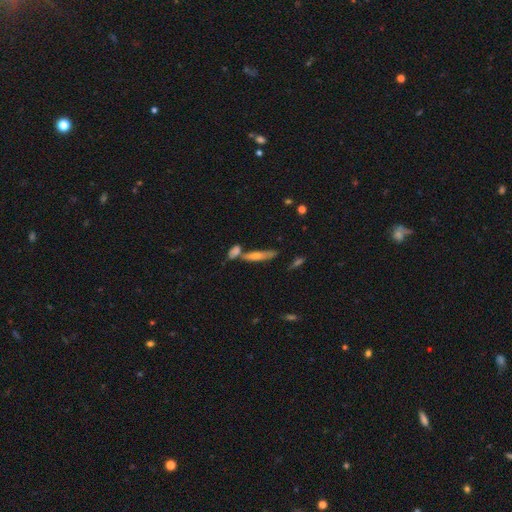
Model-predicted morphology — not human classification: Smooth or featured? featured or disk (52%)
Edge-on disk? yes (82%)
Merging? none (57%)